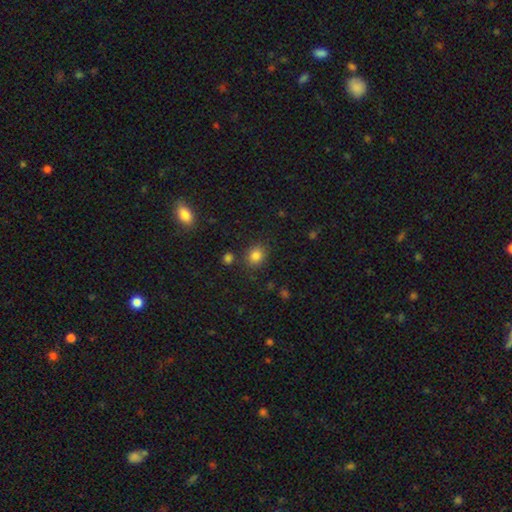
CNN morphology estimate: A smooth galaxy with no disk features (83%) that is round (66%).

Vote fractions:
- Smooth or featured? smooth: 83% / star or artifact: 12% / featured or disk: 5%
- How rounded? round: 66% / in between: 33% / cigar-shaped: 1%
- Merging? none: 82% / minor disturbance: 10% / merger: 5% / major disturbance: 3%